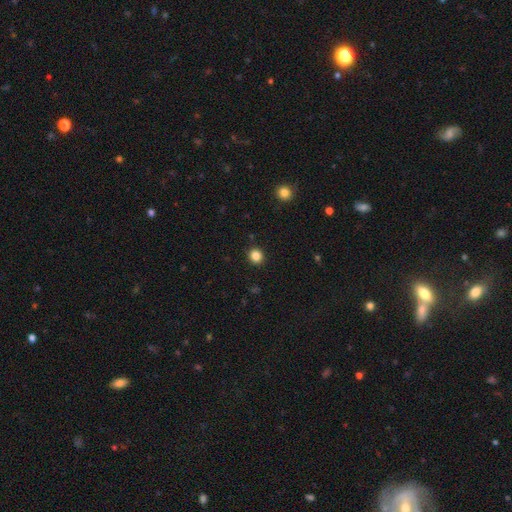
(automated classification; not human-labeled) This is clearly a smooth galaxy (85%). How rounded: clearly round (86%). Merging: clearly none (92%).